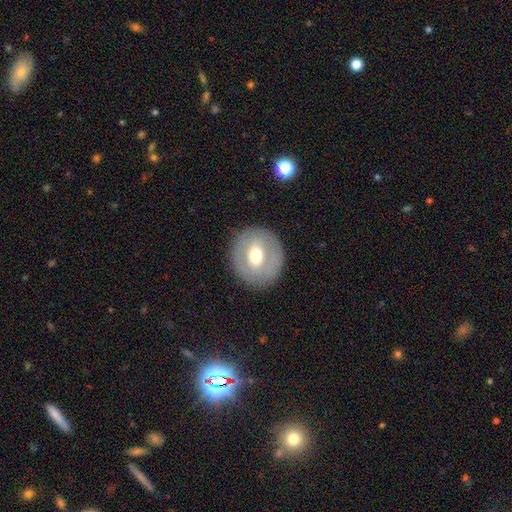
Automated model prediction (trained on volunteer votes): Q: Smooth or featured?
A: smooth (49%); runner-up: featured or disk (44%)
Q: Merging?
A: none (85%); runner-up: minor disturbance (9%)